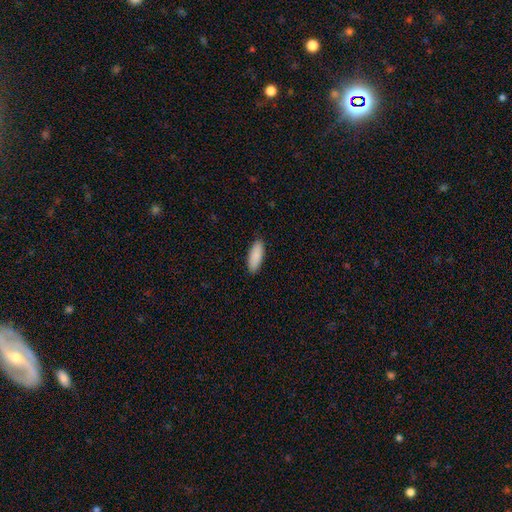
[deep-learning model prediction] Morphology: type=smooth (90%); roundness=in between (69%); merging=none (90%).